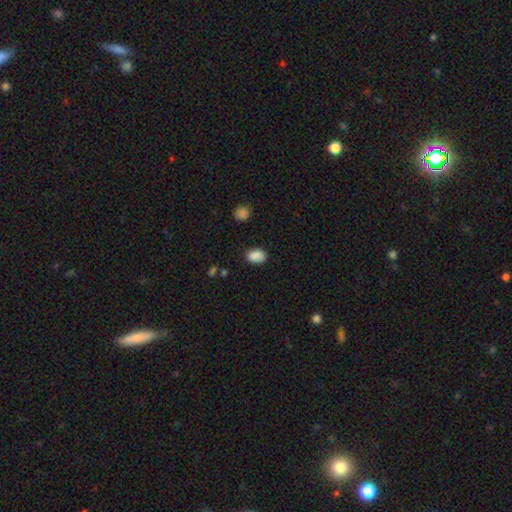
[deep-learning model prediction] Morphology: type=smooth (88%); roundness=in between (81%); merging=none (82%).